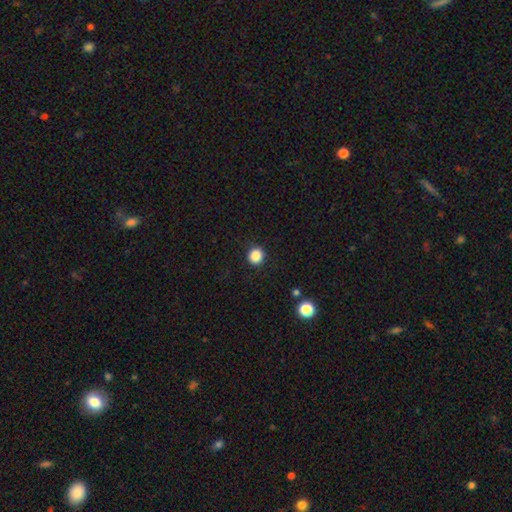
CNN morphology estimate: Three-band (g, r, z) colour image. It shows a smooth galaxy with no disk features (87%) that is round (90%). Merging: none (91%).